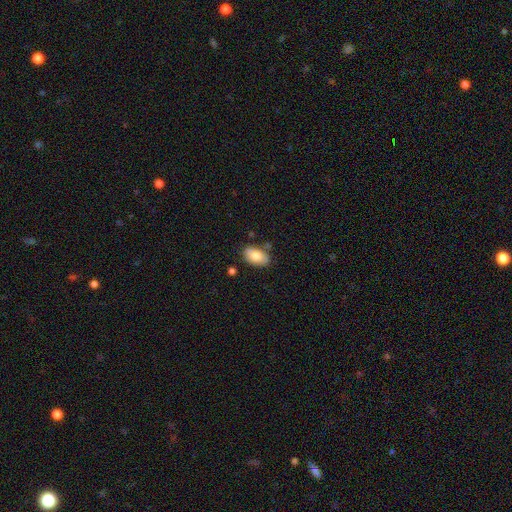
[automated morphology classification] The model was most divided on "merging": none: 75%, minor disturbance: 17%, merger: 5%, major disturbance: 4%. More confident: how rounded — in between (93%); smooth or featured — smooth (85%).